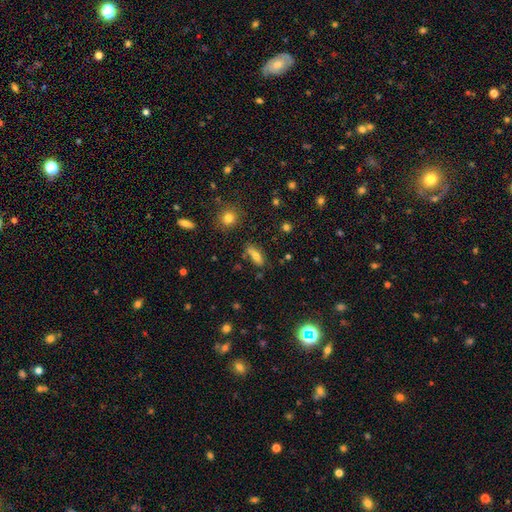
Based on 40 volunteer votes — Smooth or featured?
  - smooth: 65% *
  - featured or disk: 22%
  - star or artifact: 12%
How rounded?
  - in between: 62% *
  - cigar-shaped: 27%
  - round: 12%
Merging?
  - none: 74% *
  - minor disturbance: 17%
  - merger: 6%
  - major disturbance: 3%